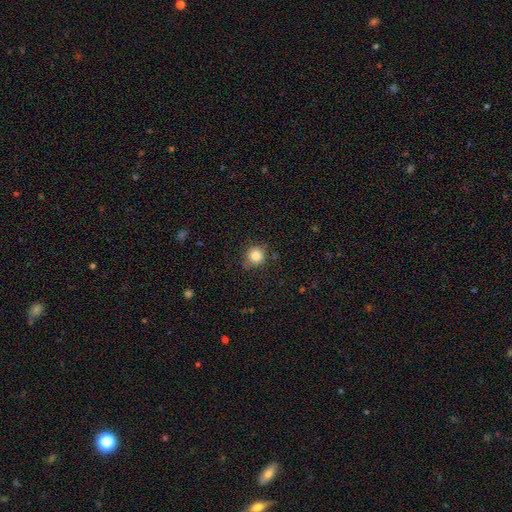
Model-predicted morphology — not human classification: Smooth or featured: smooth — 84% (star or artifact — 11%)
How rounded: round — 92% (in between — 7%)
Merging: none — 82% (minor disturbance — 13%)